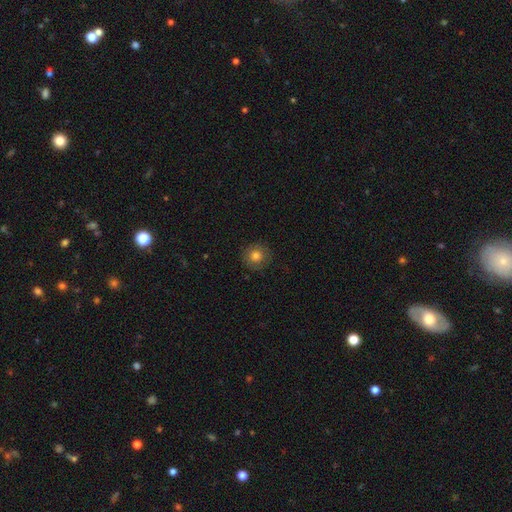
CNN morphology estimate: Smooth or featured?
  - smooth: 77% *
  - featured or disk: 12%
  - star or artifact: 11%
How rounded?
  - round: 94% *
  - in between: 6%
  - cigar-shaped: 1%
Merging?
  - none: 88% *
  - minor disturbance: 8%
  - major disturbance: 3%
  - merger: 1%